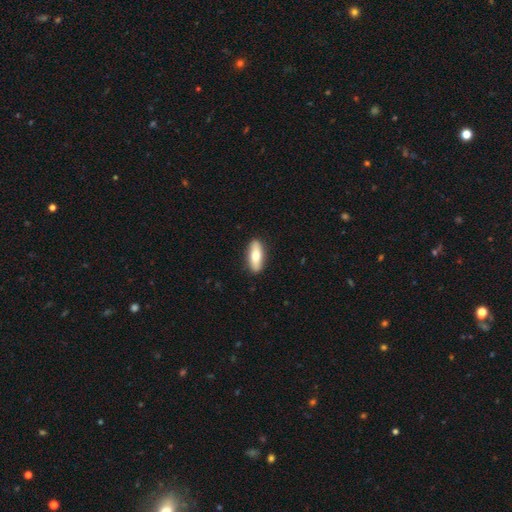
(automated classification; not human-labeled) Smooth or featured? smooth (72%)
How rounded? in between (63%)
Merging? none (89%)